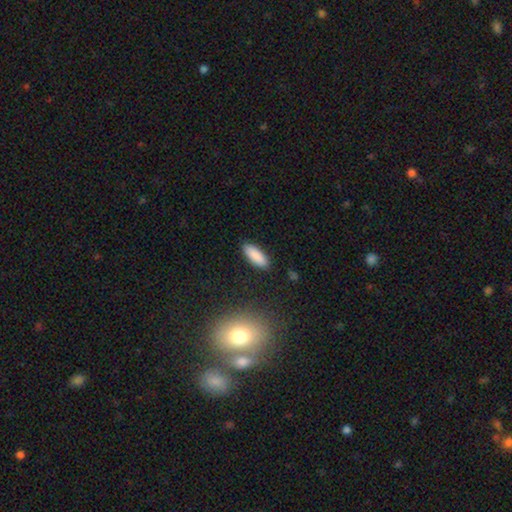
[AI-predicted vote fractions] Morphology: type=smooth (89%); roundness=in between (72%); merging=none (89%).